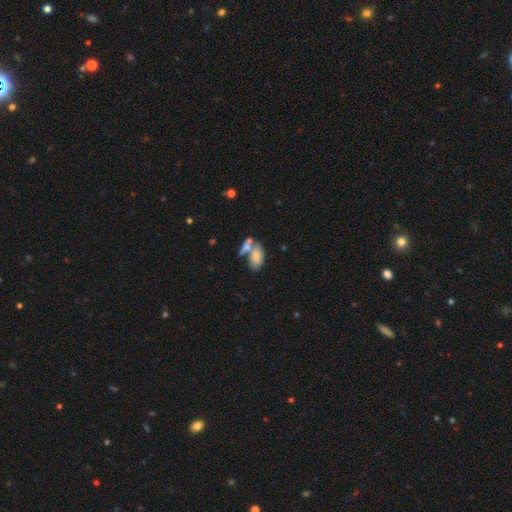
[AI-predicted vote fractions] smooth-or-featured: smooth: 75% | featured or disk: 17% | star or artifact: 8%
  how-rounded: in between: 91% | round: 5% | cigar-shaped: 5%
  merging: merger: 47% | none: 34% | minor disturbance: 12% | major disturbance: 7%